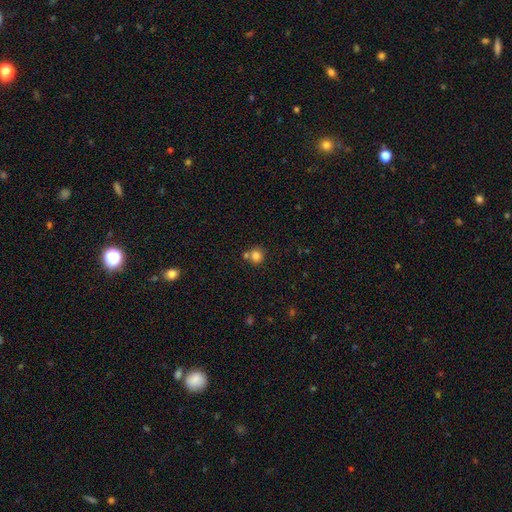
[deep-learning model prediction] A smooth galaxy with no disk features (82%) that is round (90%).

Vote fractions:
- Smooth or featured? smooth: 82% / star or artifact: 12% / featured or disk: 7%
- How rounded? round: 90% / in between: 9% / cigar-shaped: 1%
- Merging? none: 61% / merger: 26% / minor disturbance: 10% / major disturbance: 3%